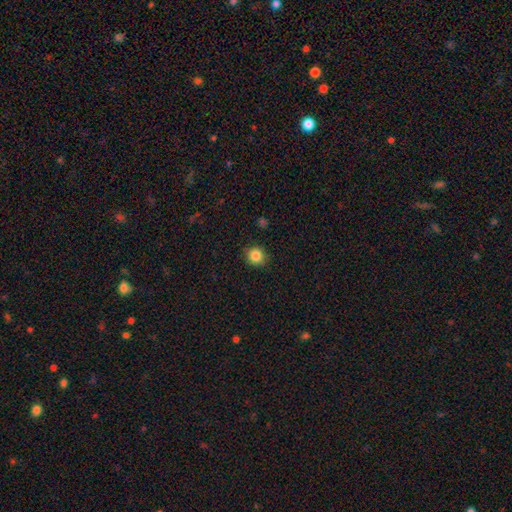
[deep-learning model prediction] Smooth or featured? smooth (85%)
How rounded? round (88%)
Merging? none (90%)